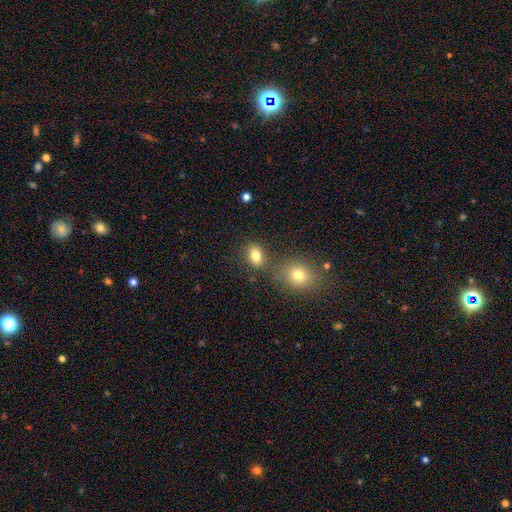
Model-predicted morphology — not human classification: Q: Smooth or featured?
A: smooth (80%); runner-up: star or artifact (12%)
Q: How rounded?
A: in between (74%); runner-up: round (24%)
Q: Merging?
A: none (68%); runner-up: merger (16%)